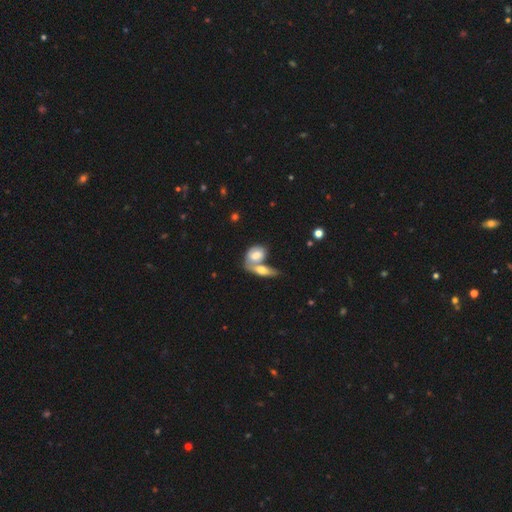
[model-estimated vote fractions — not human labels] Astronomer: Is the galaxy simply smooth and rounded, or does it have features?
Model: smooth — 65%.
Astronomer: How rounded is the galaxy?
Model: in between — 81%.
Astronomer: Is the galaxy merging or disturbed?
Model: merger — 60%.